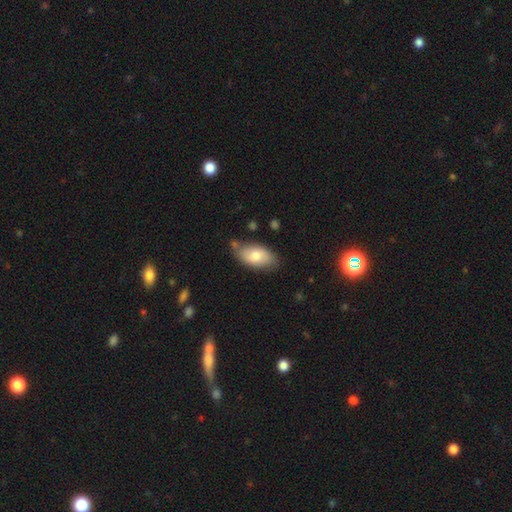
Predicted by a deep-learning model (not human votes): smooth 71%, featured or disk 23%, star or artifact 6%. Down the decision tree: how rounded — in between (93%); merging — none (69%).